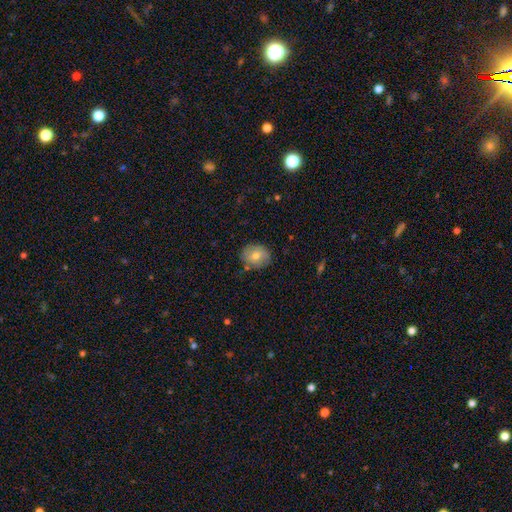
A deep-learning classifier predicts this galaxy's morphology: Q: Smooth or featured?
A: smooth (68%); runner-up: featured or disk (23%)
Q: How rounded?
A: round (64%); runner-up: in between (35%)
Q: Merging?
A: none (80%); runner-up: minor disturbance (15%)